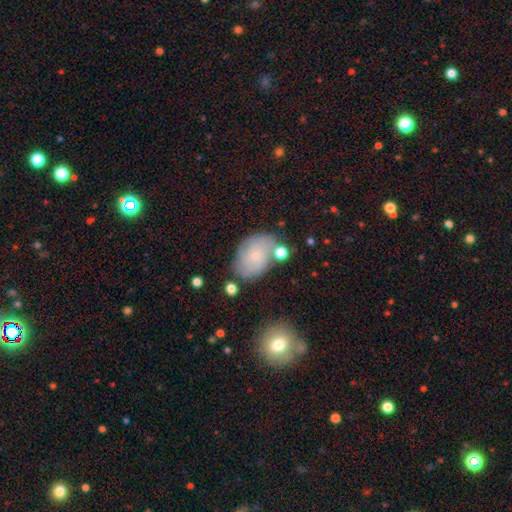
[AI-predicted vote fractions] Morphology: type=featured or disk (48%); merging=none (66%).